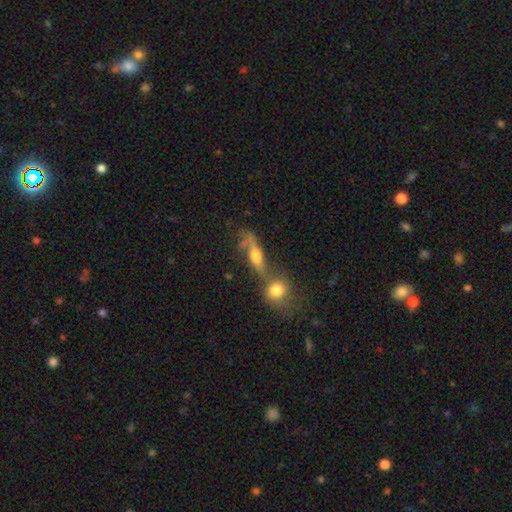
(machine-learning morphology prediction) smooth 44%, featured or disk 43%, star or artifact 12%. Down the decision tree: merging — merger (43%).